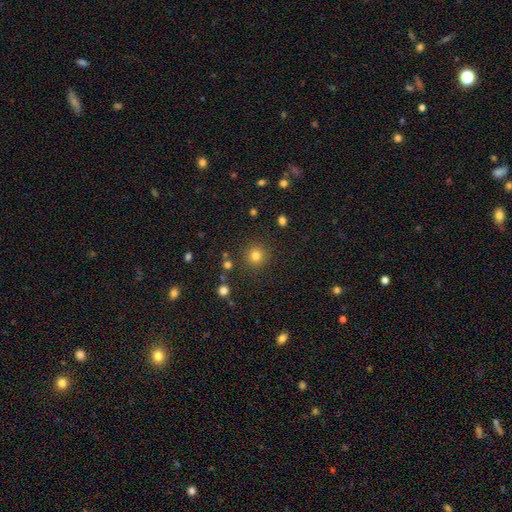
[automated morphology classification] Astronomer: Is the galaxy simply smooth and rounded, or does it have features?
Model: smooth — 81%.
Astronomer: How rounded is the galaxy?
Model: round — 94%.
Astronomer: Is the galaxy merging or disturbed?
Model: none — 89%.